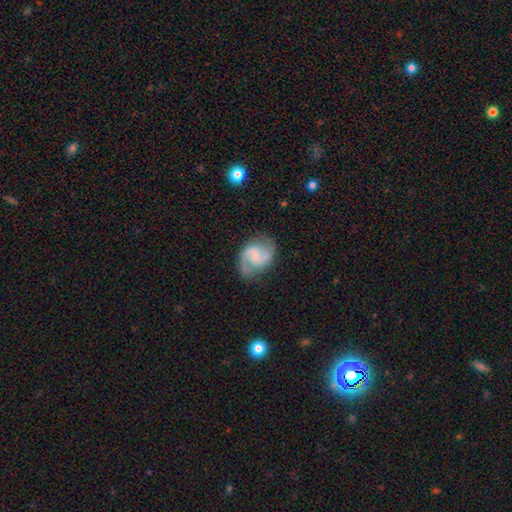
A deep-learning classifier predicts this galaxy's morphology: A featured or disk galaxy (84%) with no bar (48%), 2 (92%) medium (59%) spiral arms (97%) and a small central bulge (60%). Merging: none (78%).